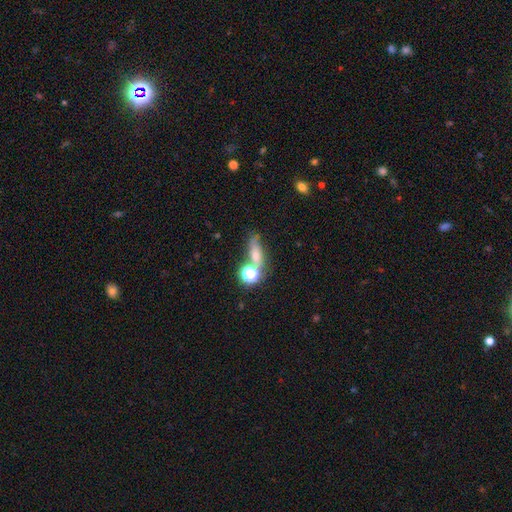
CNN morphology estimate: smooth-or-featured: smooth: 48% | featured or disk: 26% | star or artifact: 26%
  merging: none: 57% | merger: 19% | minor disturbance: 15% | major disturbance: 9%